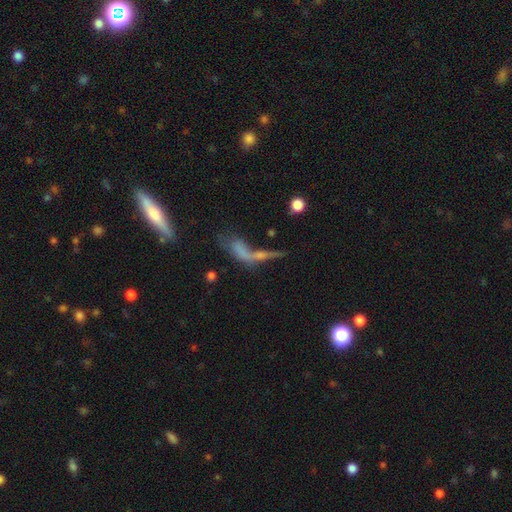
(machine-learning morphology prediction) A smooth galaxy with no disk features (43%).

Vote fractions:
- Smooth or featured? smooth: 43% / featured or disk: 37% / star or artifact: 20%
- Merging? merger: 40% / none: 26% / major disturbance: 22% / minor disturbance: 12%